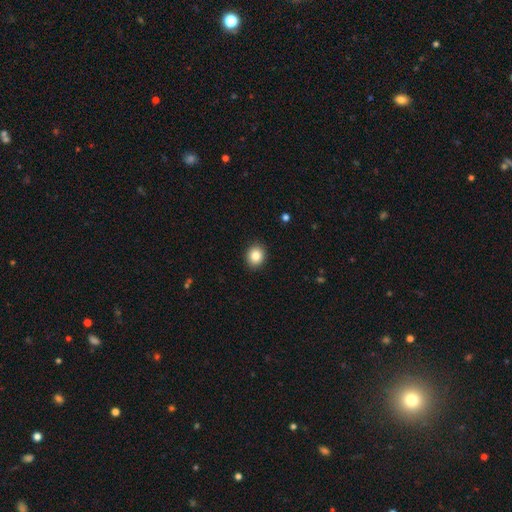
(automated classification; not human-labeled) smooth_or_featured: smooth (p=0.84) [alt: star or artifact p=0.09]
how_rounded: round (p=0.67) [alt: in between p=0.32]
merging: none (p=0.91) [alt: minor disturbance p=0.06]